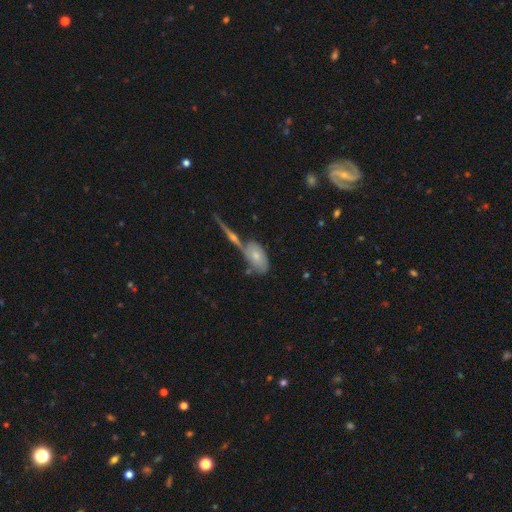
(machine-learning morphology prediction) Smooth or featured? smooth (52%)
How rounded? in between (87%)
Merging? none (41%)